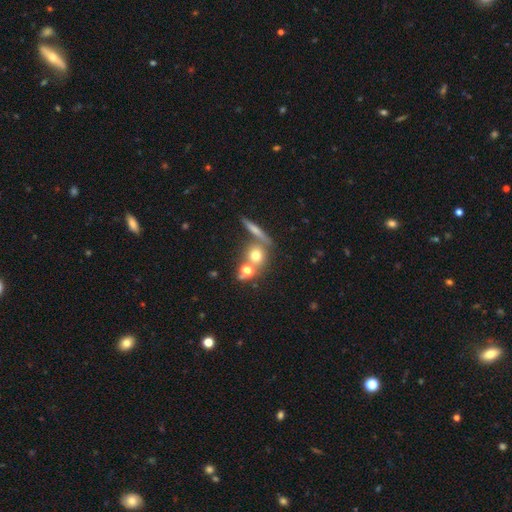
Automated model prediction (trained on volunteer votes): smooth_or_featured: smooth (p=0.65) [alt: featured or disk p=0.18]
how_rounded: round (p=0.77) [alt: in between p=0.17]
merging: none (p=0.56) [alt: merger p=0.30]